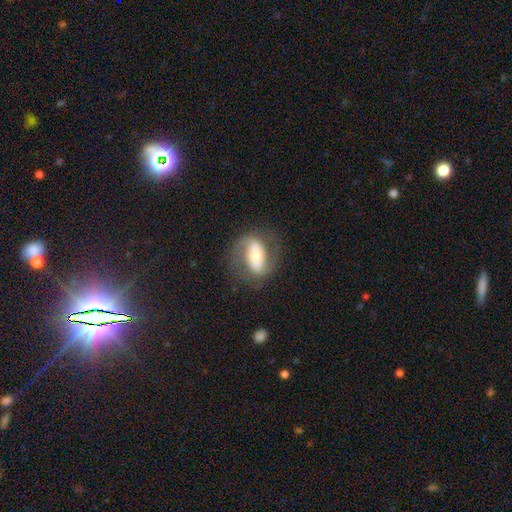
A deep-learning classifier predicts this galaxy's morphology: type=featured or disk (68%); edge-on=no (93%); bar=strong (52%); spiral arms=yes (78%); bulge=moderate (58%); merging=none (74%).